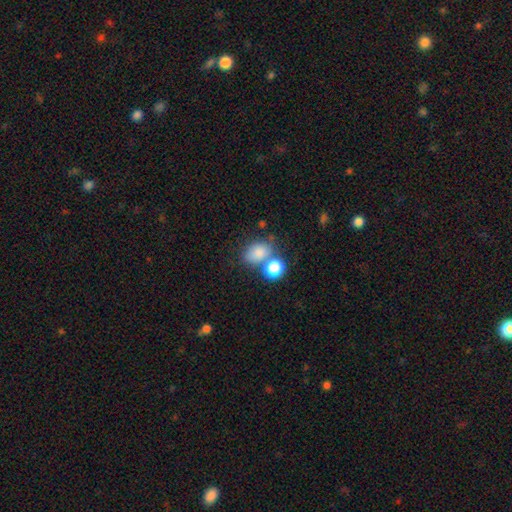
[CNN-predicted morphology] Smooth or featured: smooth — 79% (star or artifact — 13%)
How rounded: in between — 59% (round — 39%)
Merging: none — 50% (merger — 30%)